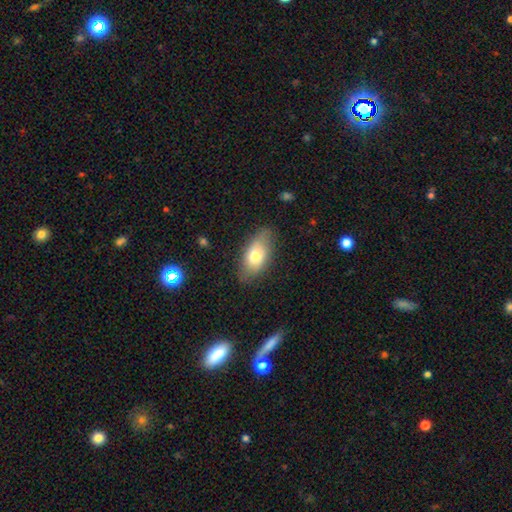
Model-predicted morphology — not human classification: Smooth or featured?
  - smooth: 71% *
  - featured or disk: 21%
  - star or artifact: 8%
How rounded?
  - in between: 89% *
  - round: 6%
  - cigar-shaped: 5%
Merging?
  - none: 74% *
  - minor disturbance: 19%
  - major disturbance: 5%
  - merger: 1%